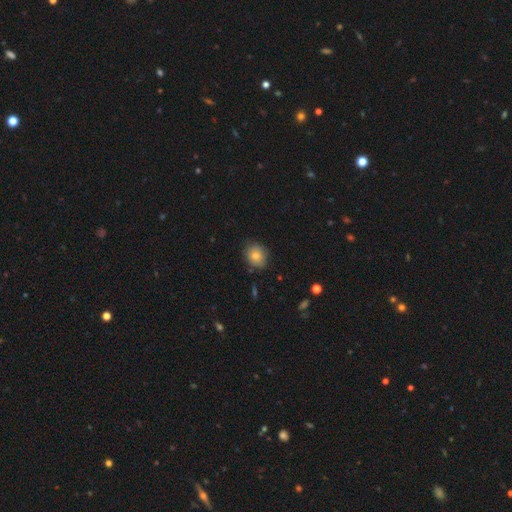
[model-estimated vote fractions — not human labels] smooth_or_featured: smooth (p=0.80) [alt: featured or disk p=0.11]
how_rounded: round (p=0.67) [alt: in between p=0.32]
merging: none (p=0.78) [alt: minor disturbance p=0.17]